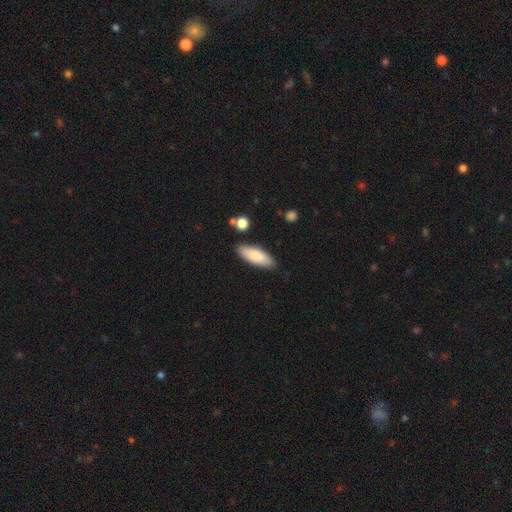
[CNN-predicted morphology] This is clearly a smooth galaxy (81%). How rounded: likely in between (67%). Merging: clearly none (85%).